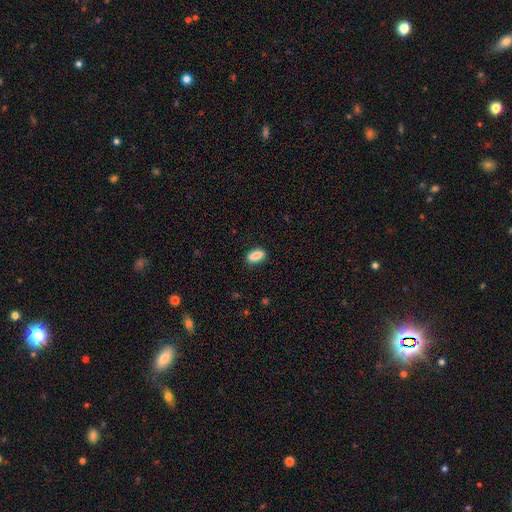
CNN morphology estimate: Smooth or featured? Predicted: smooth (p=0.87). How rounded? Predicted: in between (p=0.82). Merging? Predicted: none (p=0.85).